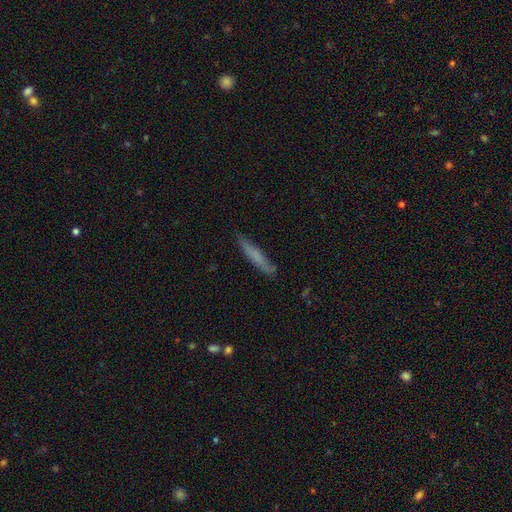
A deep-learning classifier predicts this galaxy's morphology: This is likely a smooth galaxy (65%). How rounded: clearly cigar-shaped (93%). Merging: clearly none (82%).